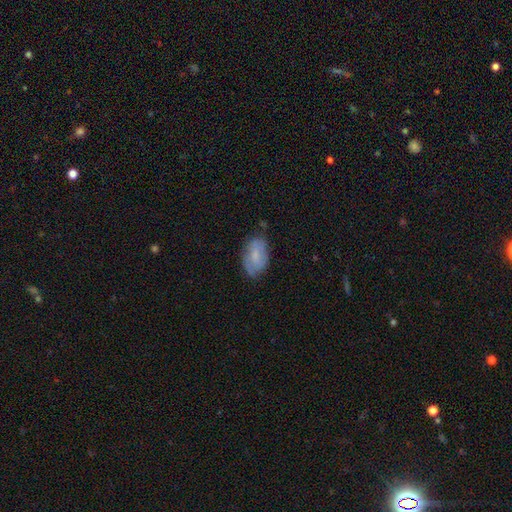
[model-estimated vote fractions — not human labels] smooth-or-featured: smooth: 51% | featured or disk: 41% | star or artifact: 8%
  how-rounded: in between: 91% | round: 7% | cigar-shaped: 2%
  merging: none: 65% | minor disturbance: 26% | major disturbance: 7% | merger: 2%